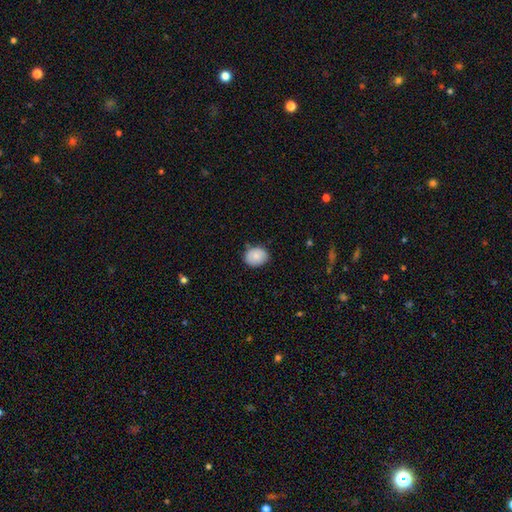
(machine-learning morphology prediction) type=smooth (84%); roundness=in between (52%); merging=none (77%).